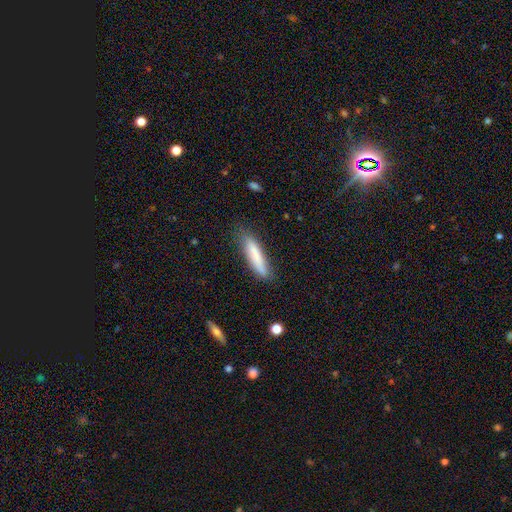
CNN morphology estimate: Smooth or featured?
  - smooth: 79% *
  - featured or disk: 14%
  - star or artifact: 6%
How rounded?
  - cigar-shaped: 82% *
  - in between: 16%
  - round: 1%
Merging?
  - none: 75% *
  - minor disturbance: 19%
  - major disturbance: 4%
  - merger: 2%